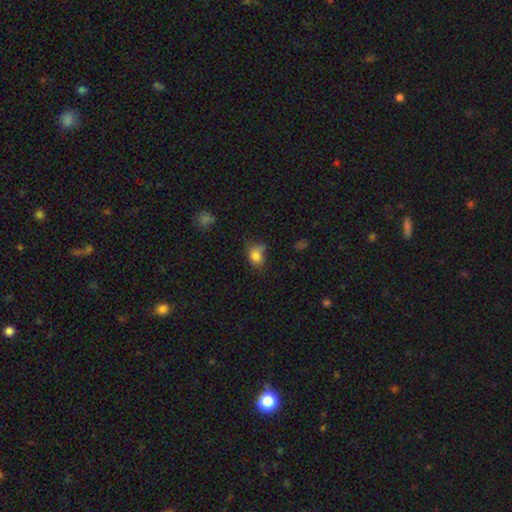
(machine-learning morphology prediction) smooth-or-featured: smooth: 80% | star or artifact: 11% | featured or disk: 9%
  how-rounded: in between: 56% | round: 43% | cigar-shaped: 1%
  merging: none: 48% | minor disturbance: 32% | major disturbance: 14% | merger: 6%